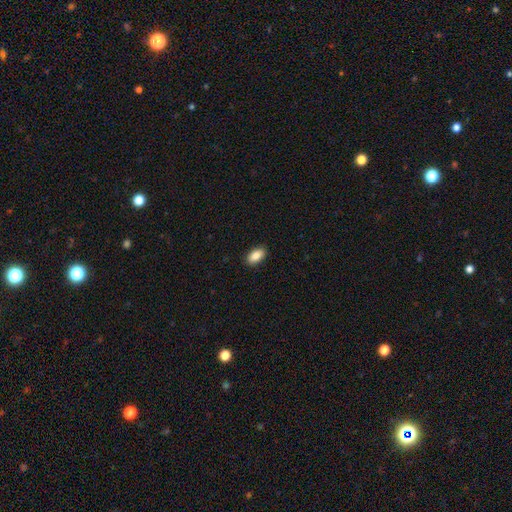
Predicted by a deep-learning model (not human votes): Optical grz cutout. It shows a smooth galaxy with no disk features (88%) that is in between round and cigar-shaped (93%). Merging: none (90%).